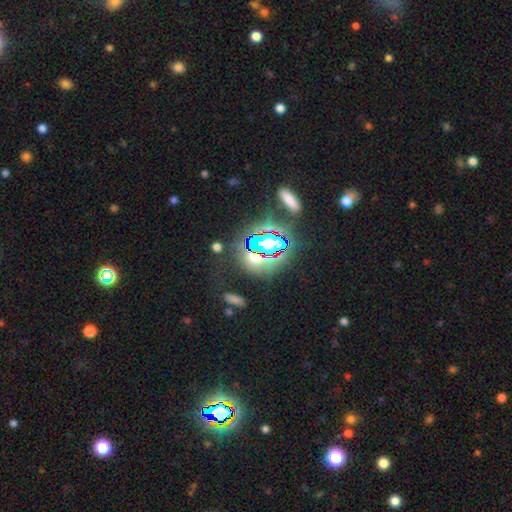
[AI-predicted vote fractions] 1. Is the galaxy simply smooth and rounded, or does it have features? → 62% star or artifact, 26% smooth, 12% featured or disk.